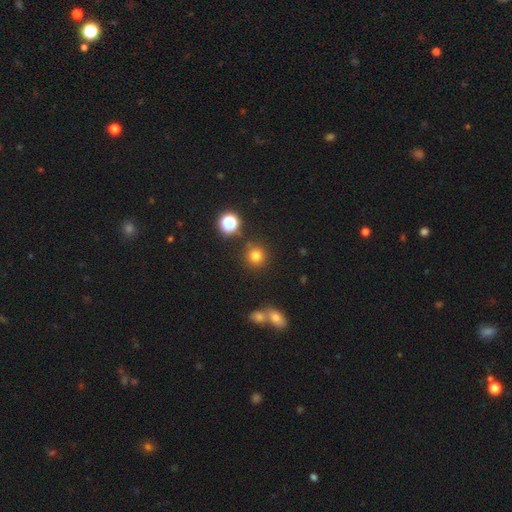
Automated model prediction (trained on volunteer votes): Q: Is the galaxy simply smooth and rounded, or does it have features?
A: smooth — 77%.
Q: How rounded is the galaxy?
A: round — 92%.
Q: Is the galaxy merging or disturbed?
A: none — 84%.